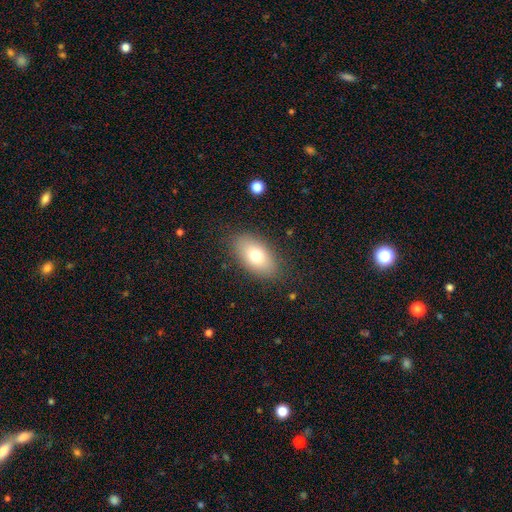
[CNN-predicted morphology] Smooth or featured: smooth — 73% (featured or disk — 18%)
How rounded: in between — 91% (round — 6%)
Merging: none — 84% (minor disturbance — 11%)